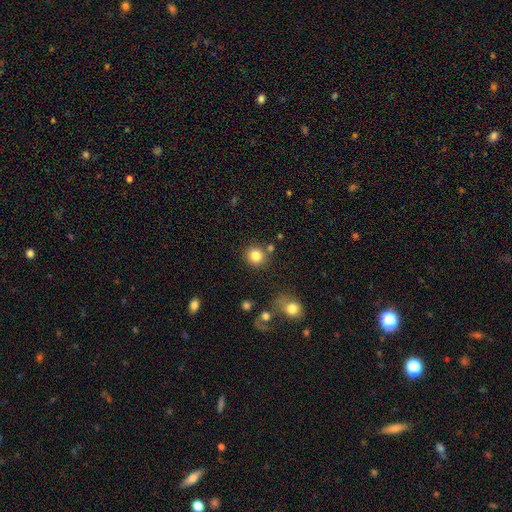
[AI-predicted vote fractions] Overall: smooth (83%). How rounded: round (89%). Merging: none (81%).